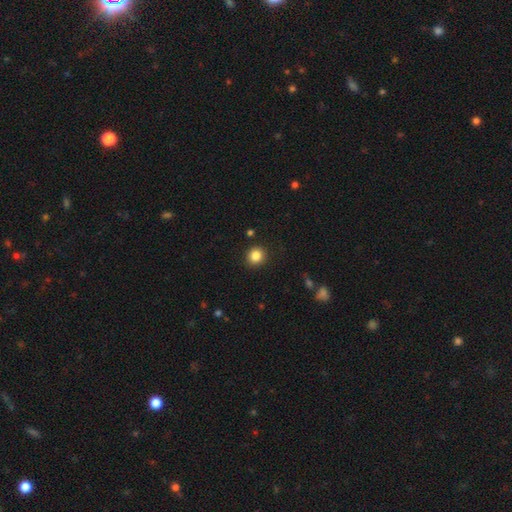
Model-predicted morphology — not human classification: Smooth or featured: smooth — 85% (star or artifact — 11%)
How rounded: round — 90% (in between — 9%)
Merging: none — 91% (minor disturbance — 6%)